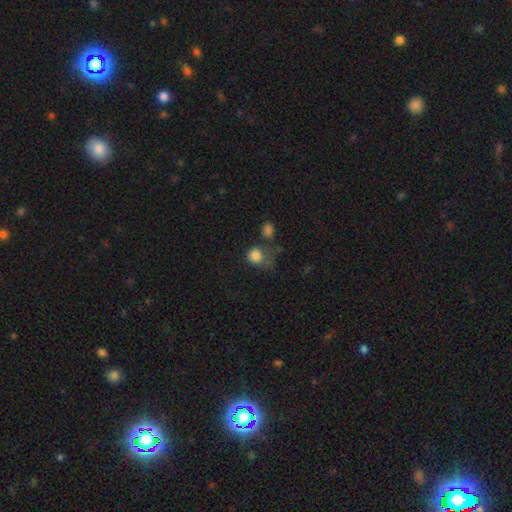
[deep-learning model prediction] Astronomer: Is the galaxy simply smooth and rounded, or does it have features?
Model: smooth — 81%.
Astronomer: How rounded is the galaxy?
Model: round — 78%.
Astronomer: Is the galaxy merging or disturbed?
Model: none — 45% (runner-up: minor disturbance, 22%).